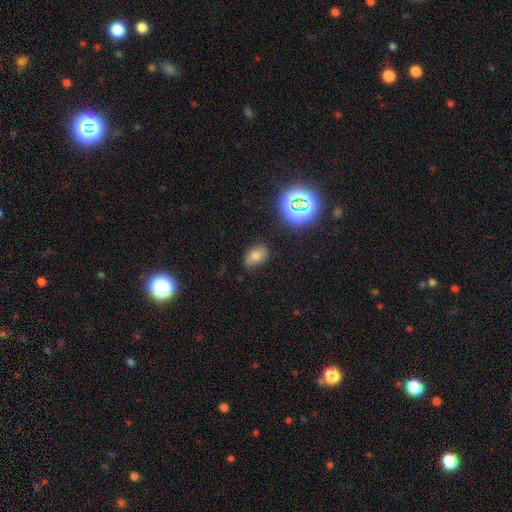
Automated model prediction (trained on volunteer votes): Smooth or featured? smooth (70%)
How rounded? in between (80%)
Merging? none (79%)